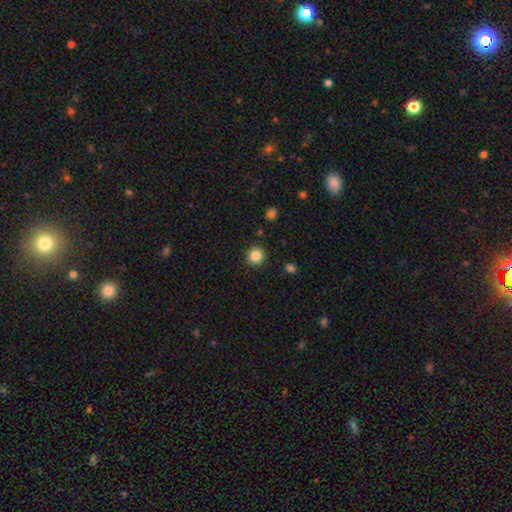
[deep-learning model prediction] smooth_or_featured: smooth (p=0.85) [alt: star or artifact p=0.11]
how_rounded: round (p=0.94) [alt: in between p=0.05]
merging: none (p=0.92) [alt: minor disturbance p=0.05]